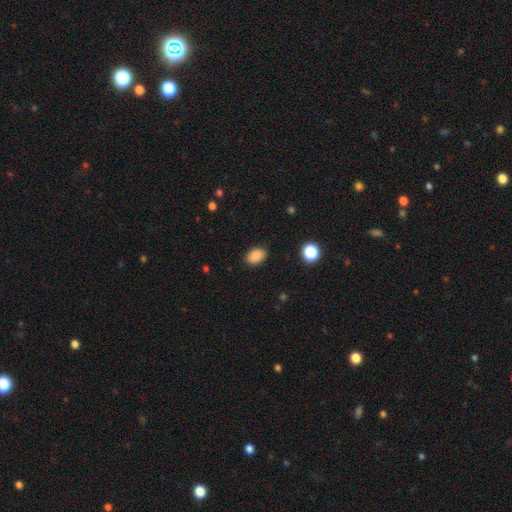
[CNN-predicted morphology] type=smooth (88%); roundness=in between (82%); merging=none (86%).